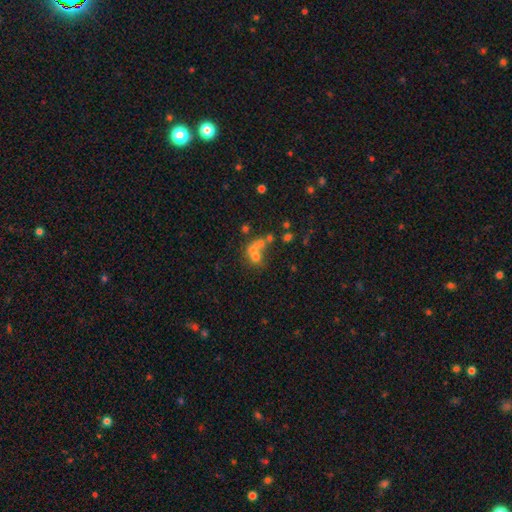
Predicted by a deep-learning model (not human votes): smooth 46%, featured or disk 30%, star or artifact 24%. Down the decision tree: merging — merger (51%).